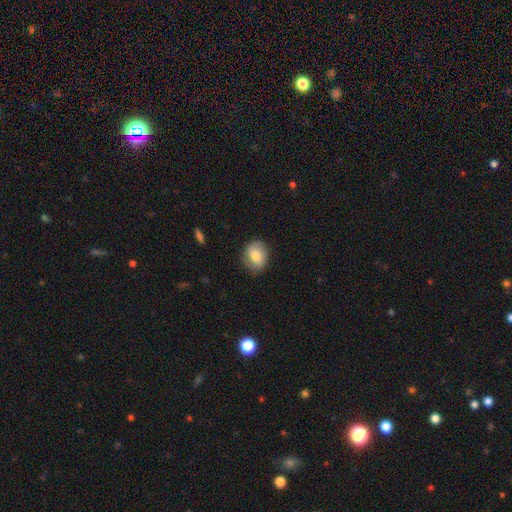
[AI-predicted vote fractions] This appears to be a smooth galaxy with no disk features (67%) that is round (57%). Merging: none (78%).